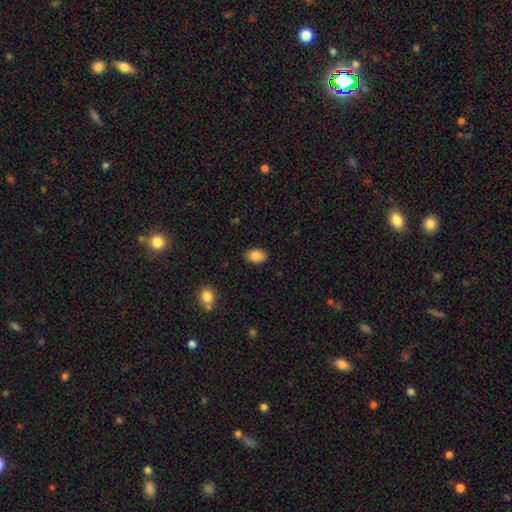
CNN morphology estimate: This is clearly a smooth galaxy (84%). How rounded: clearly in between (84%). Merging: clearly none (85%).